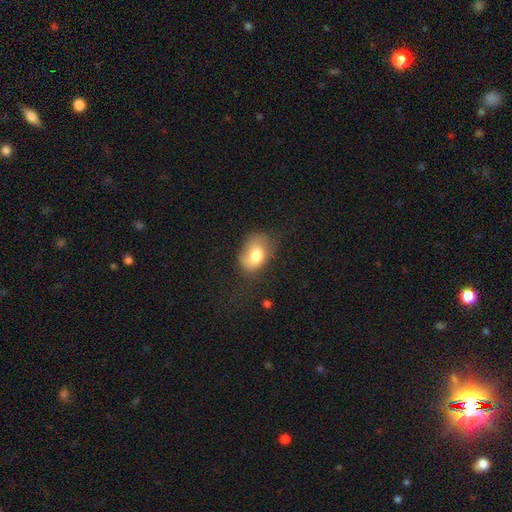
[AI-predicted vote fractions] Overall: smooth (76%). How rounded: in between (81%). Merging: none (50%; minor disturbance 31%).